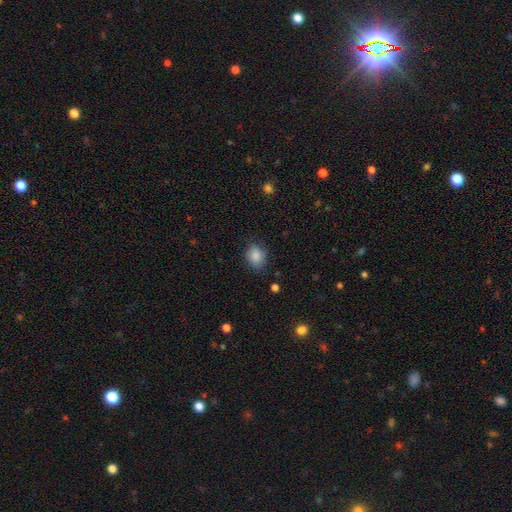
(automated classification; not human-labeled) Q: Smooth or featured?
A: smooth (85%); runner-up: star or artifact (8%)
Q: How rounded?
A: in between (52%); runner-up: round (47%)
Q: Merging?
A: none (75%); runner-up: minor disturbance (19%)